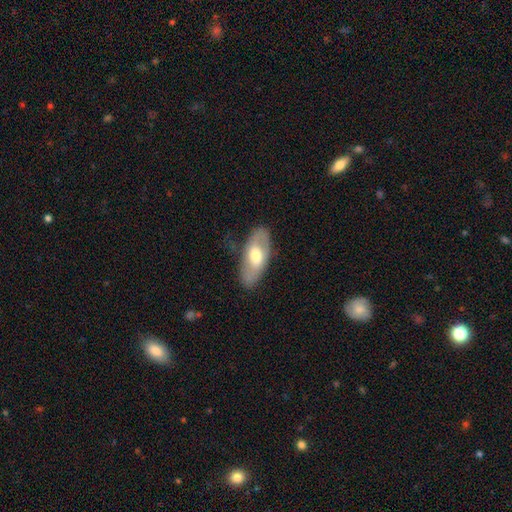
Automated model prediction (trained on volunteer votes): smooth_or_featured: featured or disk (p=0.48) [alt: smooth p=0.47]
merging: none (p=0.78) [alt: minor disturbance p=0.16]